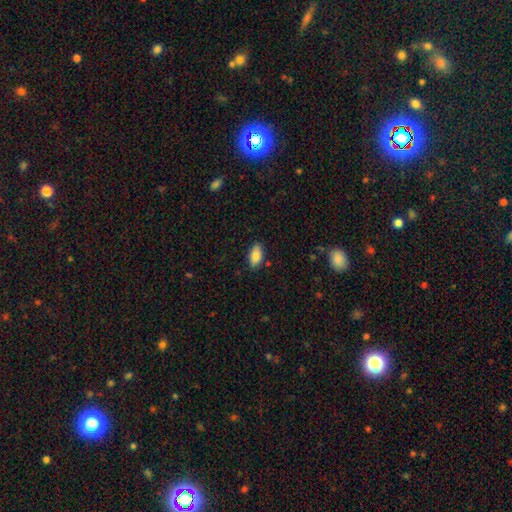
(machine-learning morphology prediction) smooth-or-featured: smooth: 85% | featured or disk: 8% | star or artifact: 7%
  how-rounded: in between: 92% | cigar-shaped: 5% | round: 3%
  merging: none: 86% | minor disturbance: 10% | major disturbance: 2% | merger: 1%